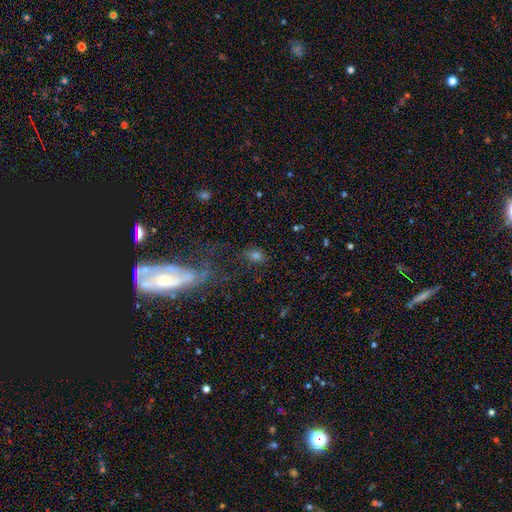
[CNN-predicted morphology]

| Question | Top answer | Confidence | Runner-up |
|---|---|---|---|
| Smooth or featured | smooth | 54% | star or artifact (23%) |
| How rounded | in between | 65% | round (30%) |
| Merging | none | 55% | major disturbance (19%) |